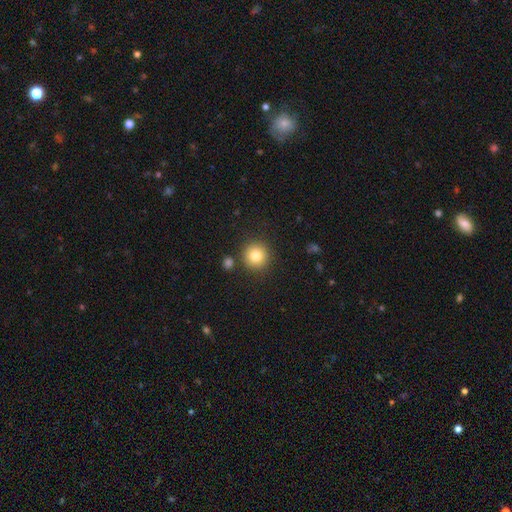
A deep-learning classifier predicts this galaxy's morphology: This appears to be a smooth galaxy with no disk features (82%) that is round (94%). Merging: none (87%).